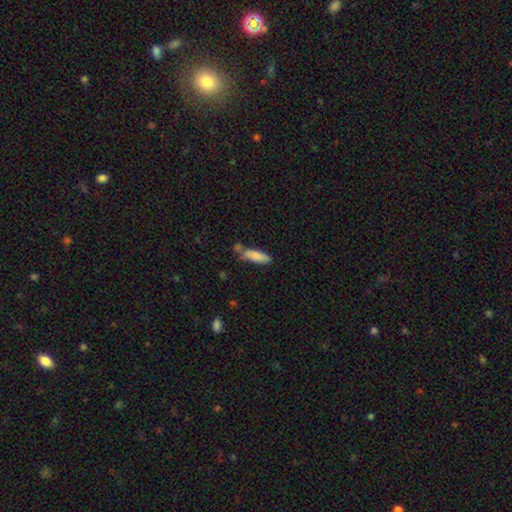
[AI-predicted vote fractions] Overall: smooth (84%). How rounded: cigar-shaped (58%; in between 41%). Merging: none (59%; minor disturbance 20%).